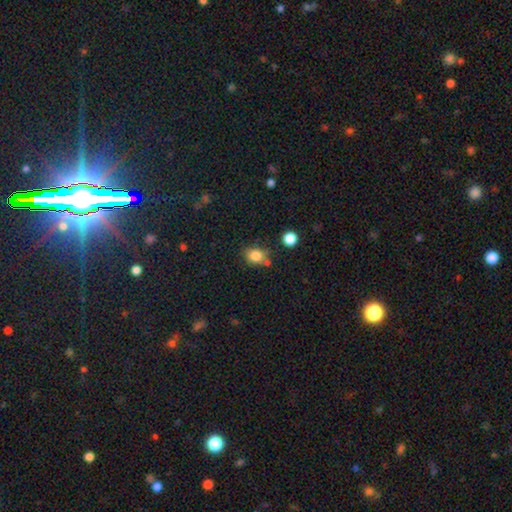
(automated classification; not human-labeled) Smooth or featured? Predicted: smooth (p=0.83). How rounded? Predicted: round (p=0.60). Merging? Predicted: none (p=0.64).